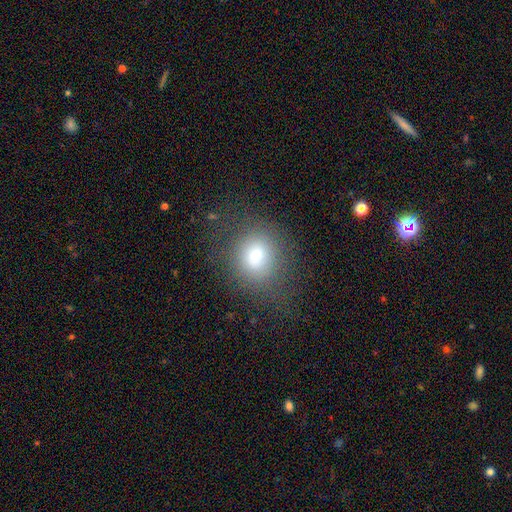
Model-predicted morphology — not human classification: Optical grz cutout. It shows a smooth galaxy with no disk features (69%) that is round (76%). Merging: none (76%).